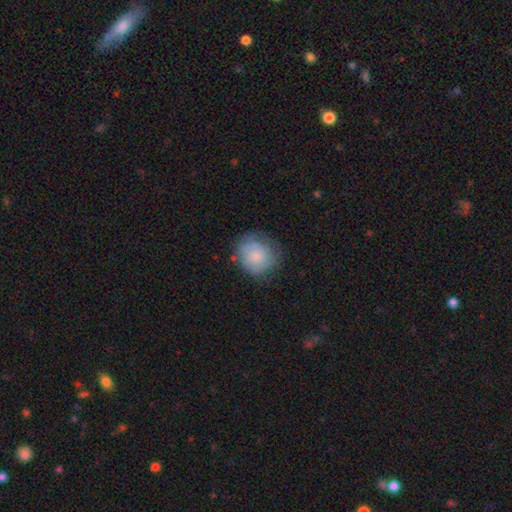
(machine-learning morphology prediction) Smooth or featured? smooth (69%)
How rounded? round (83%)
Merging? none (65%)